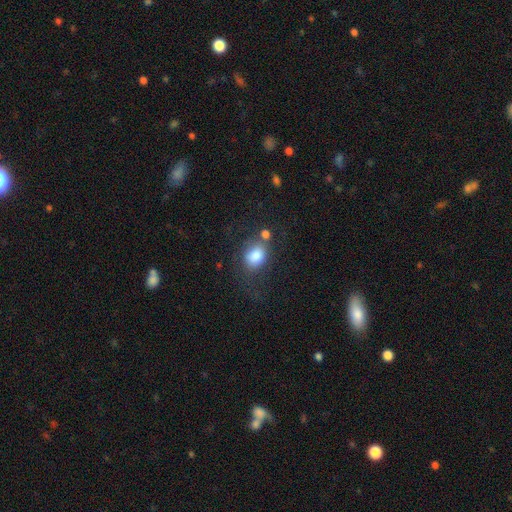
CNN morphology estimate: smooth_or_featured: smooth (p=0.80) [alt: featured or disk p=0.11]
how_rounded: in between (p=0.59) [alt: round p=0.40]
merging: none (p=0.52) [alt: minor disturbance p=0.19]